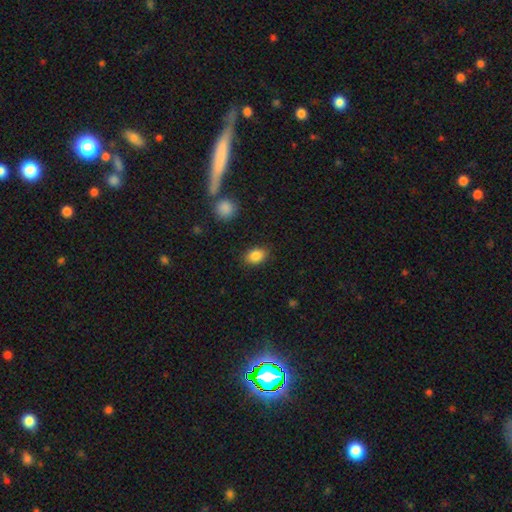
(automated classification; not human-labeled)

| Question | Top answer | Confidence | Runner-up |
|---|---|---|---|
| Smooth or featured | smooth | 86% | star or artifact (9%) |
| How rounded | in between | 76% | round (23%) |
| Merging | none | 85% | minor disturbance (11%) |